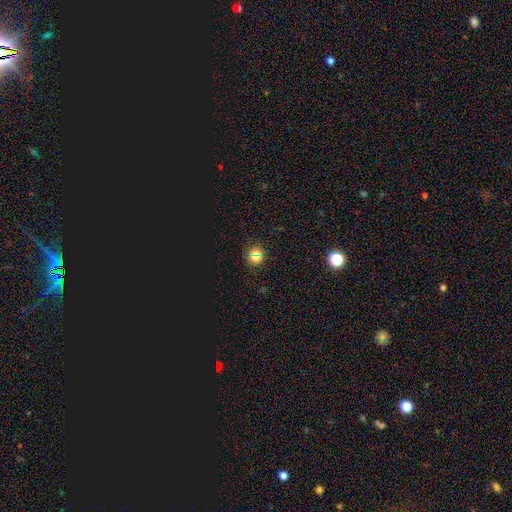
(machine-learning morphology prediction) Smooth or featured? Predicted: smooth (p=0.55). How rounded? Predicted: round (p=0.90). Merging? Predicted: none (p=0.87).